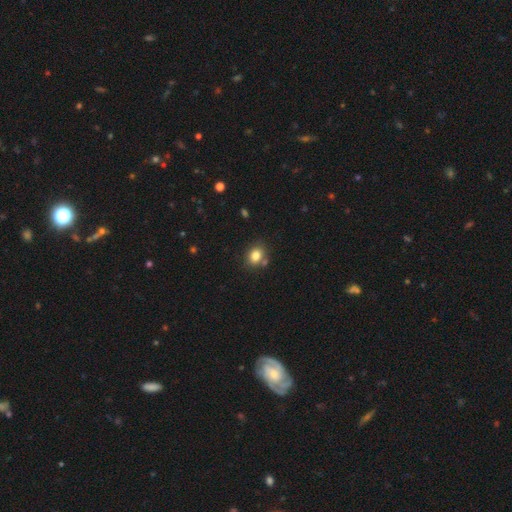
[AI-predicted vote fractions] Smooth or featured: smooth — 82% (star or artifact — 11%)
How rounded: round — 55% (in between — 44%)
Merging: none — 74% (minor disturbance — 13%)